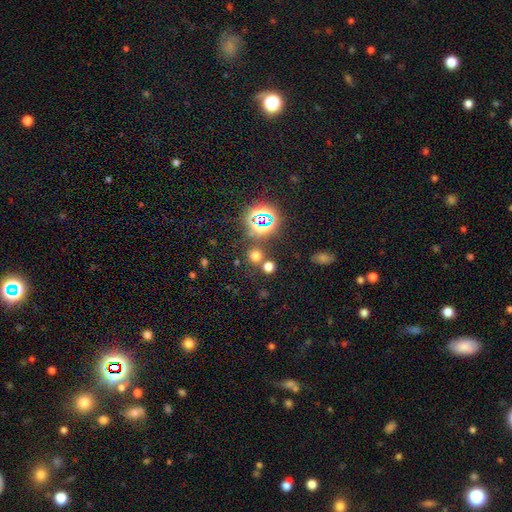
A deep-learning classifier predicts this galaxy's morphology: This is possibly a smooth galaxy (59%). How rounded: clearly round (89%). Merging: likely none (73%).